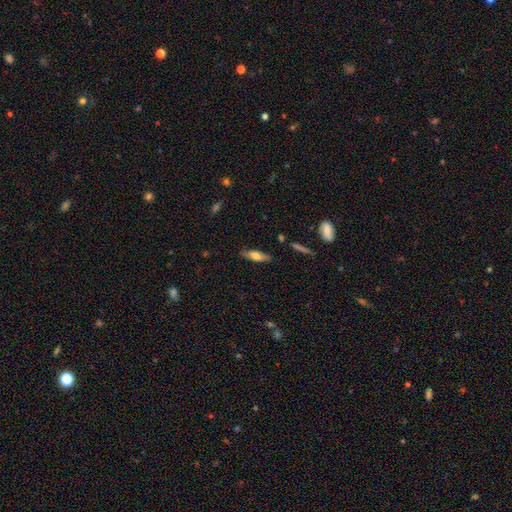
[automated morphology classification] type=smooth (61%); roundness=in between (50%); merging=none (81%).